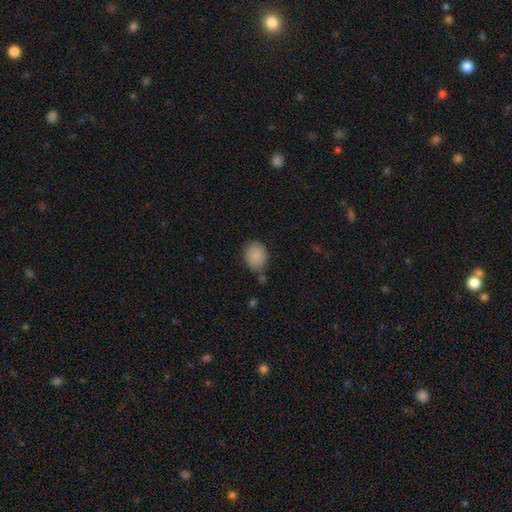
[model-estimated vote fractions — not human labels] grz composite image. It shows a smooth galaxy with no disk features (88%) that is round (68%). Merging: none (68%).